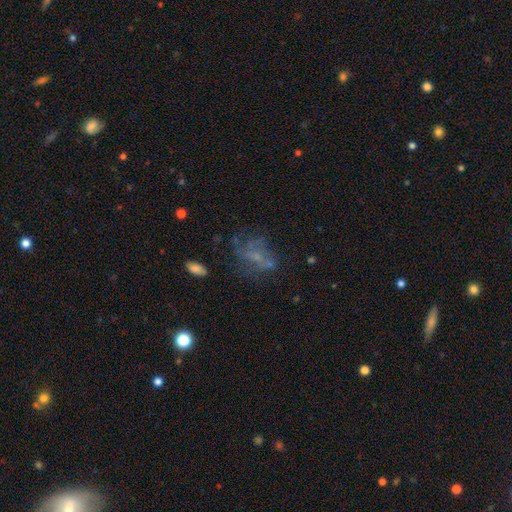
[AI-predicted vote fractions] Q: Smooth or featured?
A: featured or disk (49%); runner-up: smooth (30%)
Q: Merging?
A: none (44%); runner-up: major disturbance (30%)